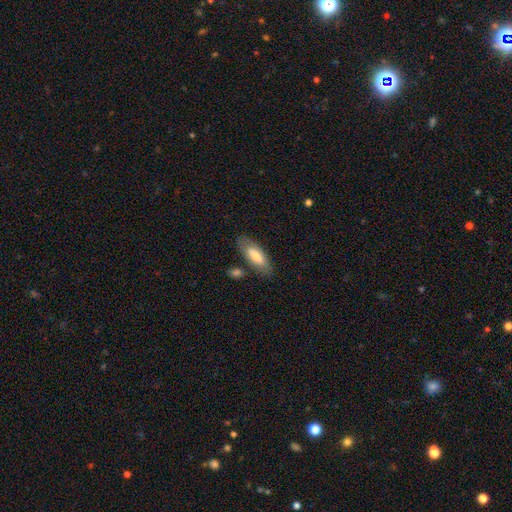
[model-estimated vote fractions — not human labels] A smooth galaxy with no disk features (68%) that is in between round and cigar-shaped (69%).

Vote fractions:
- Smooth or featured? smooth: 68% / featured or disk: 26% / star or artifact: 6%
- How rounded? in between: 69% / cigar-shaped: 29% / round: 2%
- Merging? none: 76% / minor disturbance: 14% / merger: 7% / major disturbance: 4%